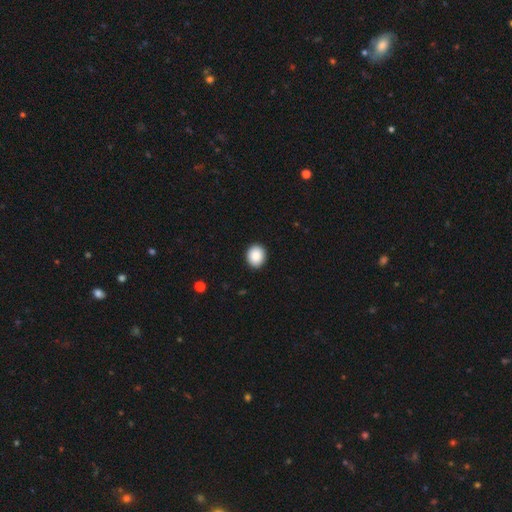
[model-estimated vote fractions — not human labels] This appears to be a smooth galaxy with no disk features (88%) that is round (64%). Merging: none (92%).